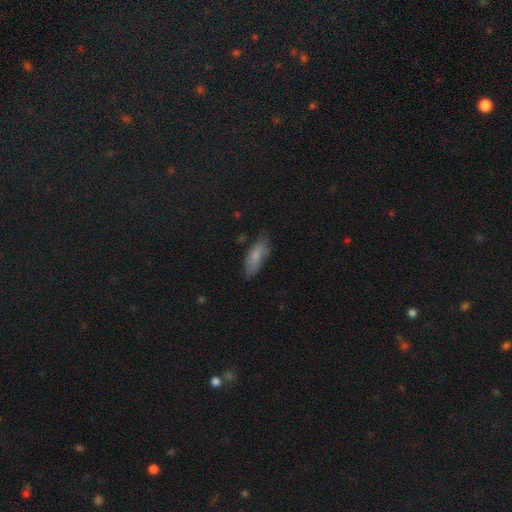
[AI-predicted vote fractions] smooth-or-featured: smooth: 74% | featured or disk: 18% | star or artifact: 8%
  how-rounded: in between: 76% | cigar-shaped: 22% | round: 2%
  merging: none: 66% | minor disturbance: 26% | major disturbance: 6% | merger: 2%